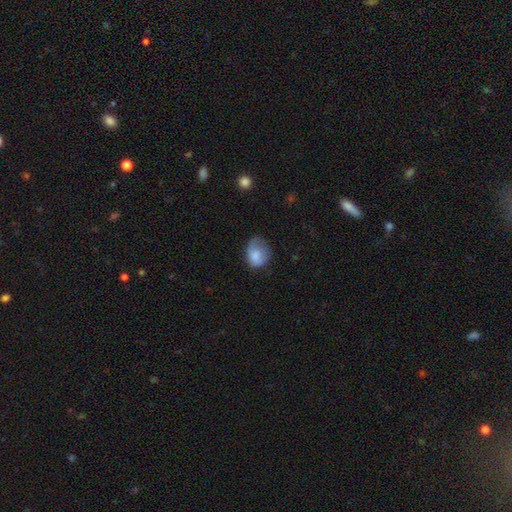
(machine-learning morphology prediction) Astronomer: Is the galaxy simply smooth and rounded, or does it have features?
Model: smooth — 78%.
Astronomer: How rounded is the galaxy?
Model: in between — 54% (runner-up: round, 45%).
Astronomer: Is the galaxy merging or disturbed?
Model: minor disturbance — 38% (runner-up: none, 37%).